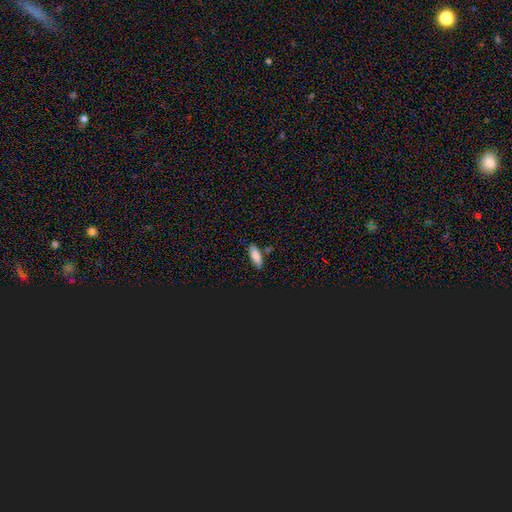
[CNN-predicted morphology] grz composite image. It shows a smooth galaxy with no disk features (79%) that is in between round and cigar-shaped (70%). Merging: none (78%).